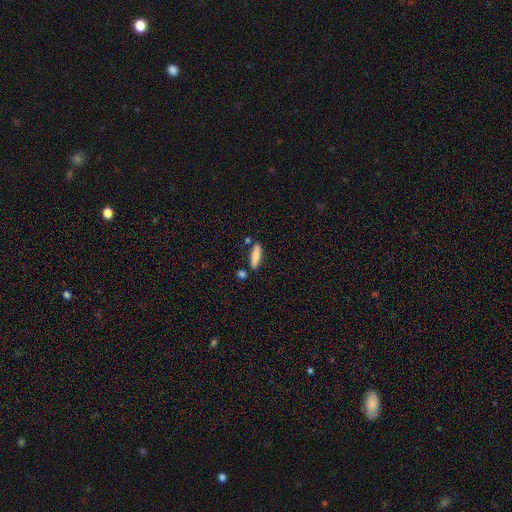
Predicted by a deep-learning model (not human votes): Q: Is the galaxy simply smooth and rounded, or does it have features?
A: smooth — 83%.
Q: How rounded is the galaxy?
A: cigar-shaped — 67%.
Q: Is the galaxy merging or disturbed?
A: none — 80%.